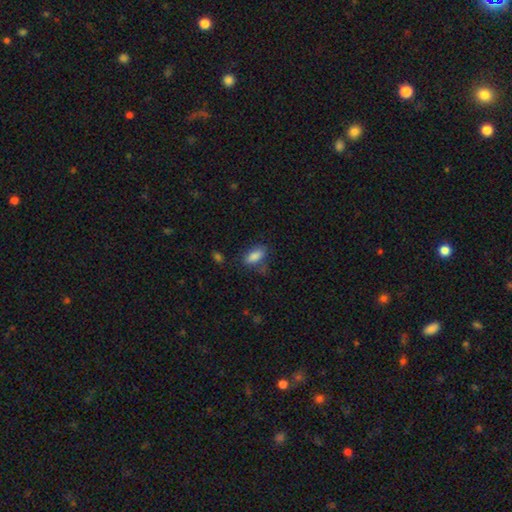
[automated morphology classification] This appears to be a smooth galaxy with no disk features (84%) that is in between round and cigar-shaped (87%). Merging: none (68%).